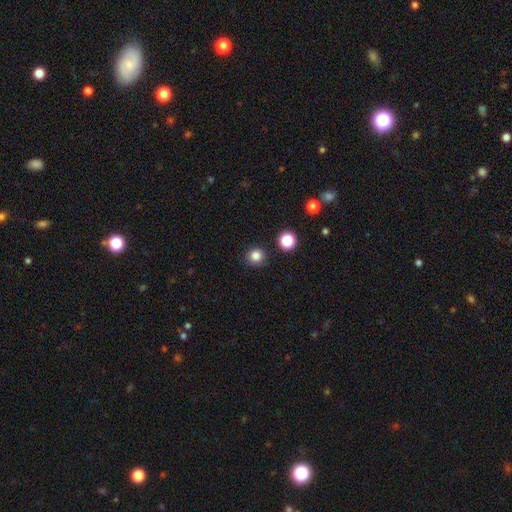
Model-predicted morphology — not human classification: A smooth galaxy with no disk features (82%) that is round (91%).

Vote fractions:
- Smooth or featured? smooth: 82% / star or artifact: 13% / featured or disk: 4%
- How rounded? round: 91% / in between: 8% / cigar-shaped: 1%
- Merging? none: 88% / minor disturbance: 7% / merger: 2% / major disturbance: 2%